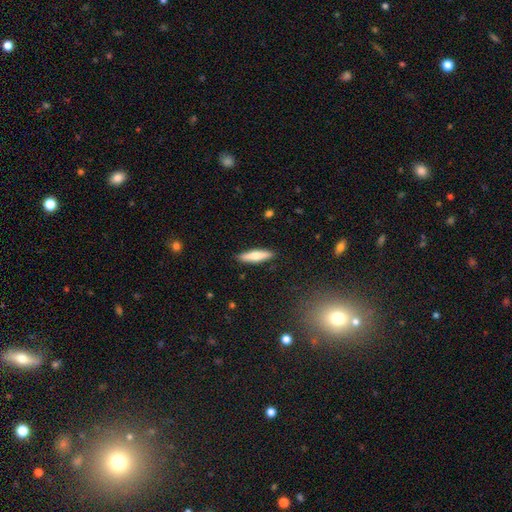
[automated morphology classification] A smooth galaxy with no disk features (67%) that is cigar-shaped (76%).

Vote fractions:
- Smooth or featured? smooth: 67% / featured or disk: 28% / star or artifact: 6%
- How rounded? cigar-shaped: 76% / in between: 22% / round: 2%
- Merging? none: 90% / minor disturbance: 7% / major disturbance: 2% / merger: 1%